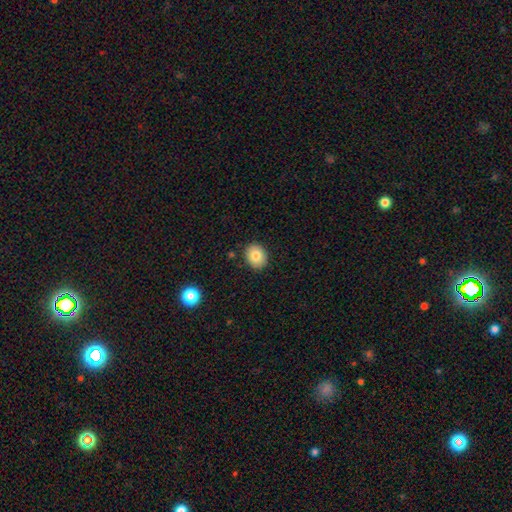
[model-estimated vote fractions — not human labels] Smooth or featured? smooth (82%)
How rounded? round (56%)
Merging? none (89%)